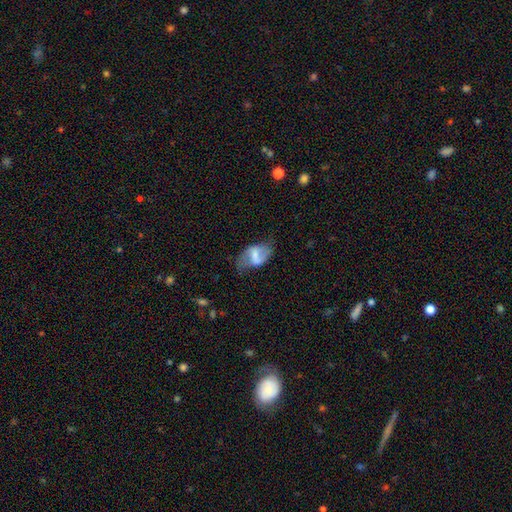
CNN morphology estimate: smooth_or_featured: featured or disk (p=0.64) [alt: smooth p=0.29]
disk_edge_on: no (p=0.95) [alt: yes p=0.05]
bar: strong (p=0.55) [alt: weak p=0.35]
has_spiral_arms: yes (p=0.70) [alt: no p=0.30]
bulge_size: moderate (p=0.31) [tied with: small p=0.31]
merging: none (p=0.61) [alt: minor disturbance p=0.24]